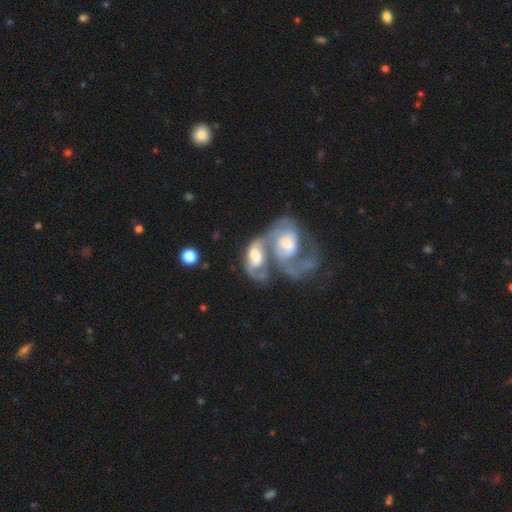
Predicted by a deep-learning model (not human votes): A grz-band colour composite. It shows a featured or disk galaxy (68%) with no bar (55%), spiral arms (75%) and a moderate central bulge (44%). Merging: merger (79%).